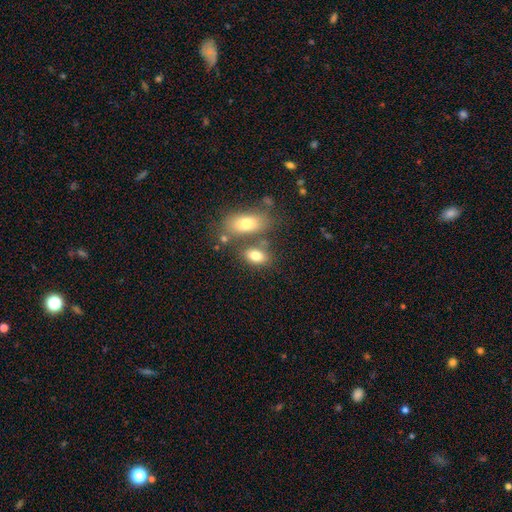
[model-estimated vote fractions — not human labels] This is likely a smooth galaxy (78%). How rounded: clearly in between (86%). Merging: possibly none (57%).